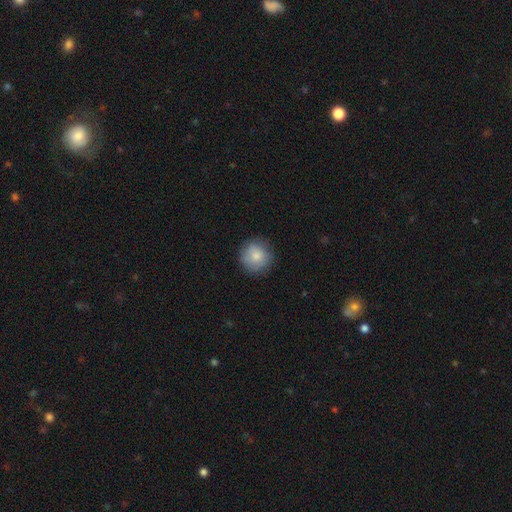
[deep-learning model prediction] The model was most divided on "smooth or featured": smooth: 83%, featured or disk: 10%, star or artifact: 8%. More confident: how rounded — round (94%); merging — none (85%).